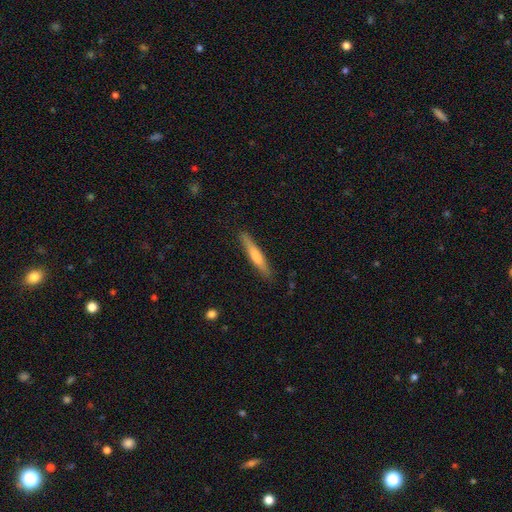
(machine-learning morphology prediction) smooth-or-featured: smooth: 66% | featured or disk: 29% | star or artifact: 5%
  how-rounded: cigar-shaped: 92% | in between: 6% | round: 1%
  merging: none: 86% | minor disturbance: 11% | major disturbance: 2% | merger: 1%